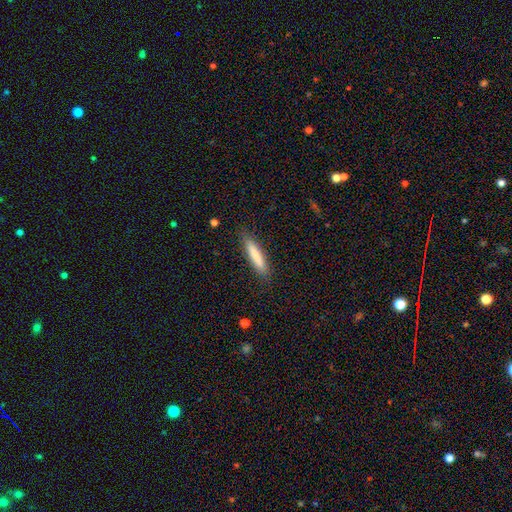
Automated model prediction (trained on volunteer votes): Overall: smooth (79%). How rounded: cigar-shaped (87%). Merging: none (87%).